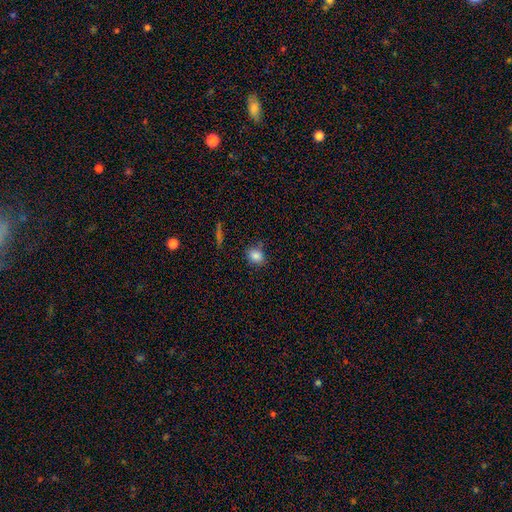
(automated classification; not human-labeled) This is clearly a smooth galaxy (83%). How rounded: possibly round (57%). Merging: likely none (75%).